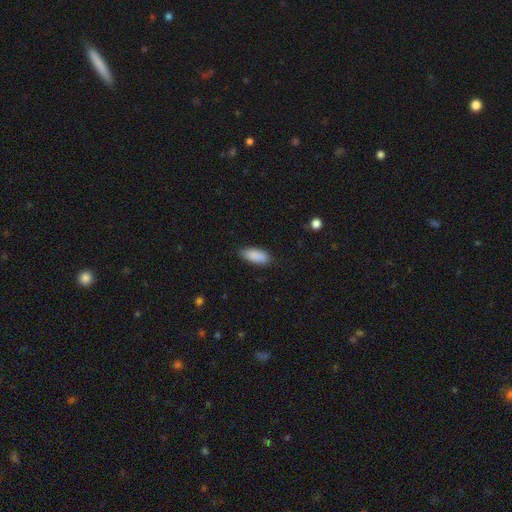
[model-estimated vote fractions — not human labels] Morphology: type=smooth (89%); roundness=in between (84%); merging=none (82%).